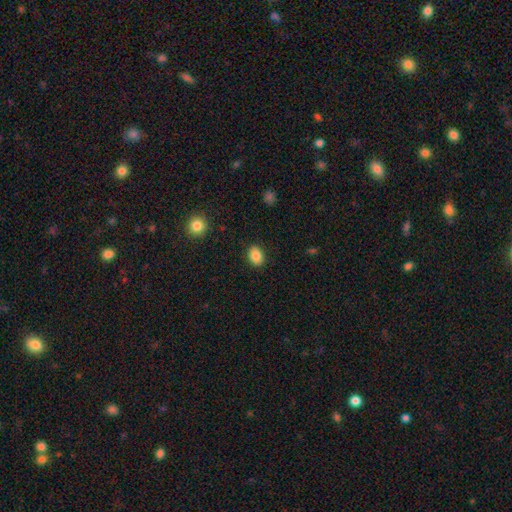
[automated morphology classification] Q: Smooth or featured?
A: smooth (87%); runner-up: star or artifact (9%)
Q: How rounded?
A: in between (74%); runner-up: round (25%)
Q: Merging?
A: none (87%); runner-up: minor disturbance (9%)